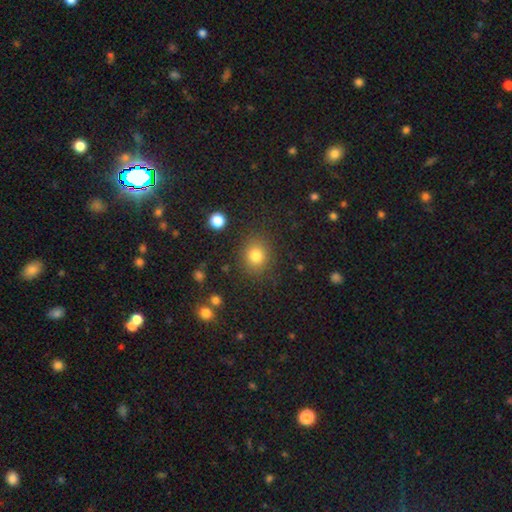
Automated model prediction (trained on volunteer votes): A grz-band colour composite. It shows a smooth galaxy with no disk features (81%) that is round (75%). Merging: none (84%).